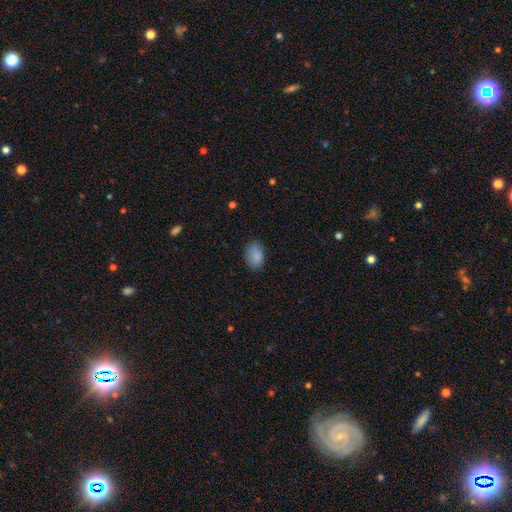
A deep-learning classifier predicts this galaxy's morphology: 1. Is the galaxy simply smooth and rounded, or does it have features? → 86% smooth, 9% star or artifact, 6% featured or disk.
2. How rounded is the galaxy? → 85% in between, 14% round, 1% cigar-shaped.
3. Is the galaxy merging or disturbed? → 75% none, 19% minor disturbance, 4% major disturbance, 1% merger.